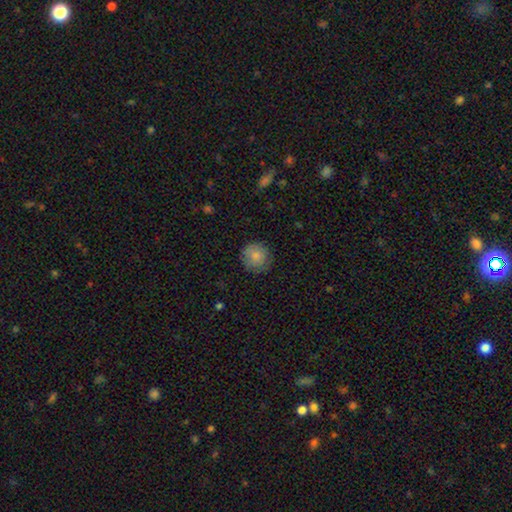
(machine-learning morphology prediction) This appears to be a smooth galaxy with no disk features (81%) that is round (93%). Merging: none (82%).